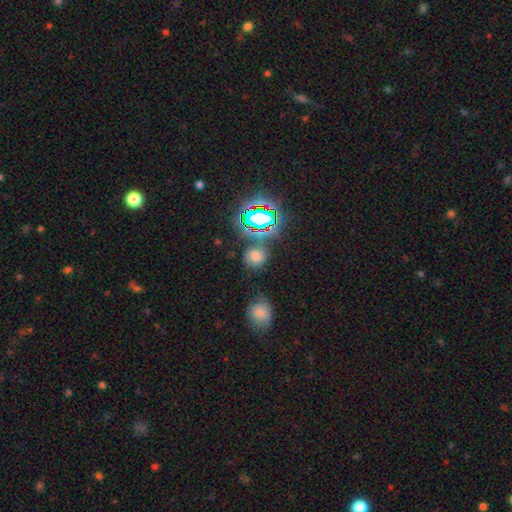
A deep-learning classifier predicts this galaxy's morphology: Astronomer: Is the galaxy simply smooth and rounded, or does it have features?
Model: smooth — 61%.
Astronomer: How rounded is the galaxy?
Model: round — 80%.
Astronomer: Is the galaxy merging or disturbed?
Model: none — 70%.